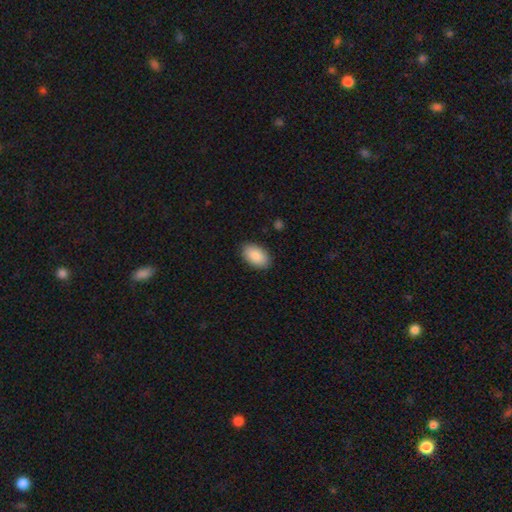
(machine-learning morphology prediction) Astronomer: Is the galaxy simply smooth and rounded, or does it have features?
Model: smooth — 89%.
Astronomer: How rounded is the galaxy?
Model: in between — 94%.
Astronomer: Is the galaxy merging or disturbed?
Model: none — 89%.